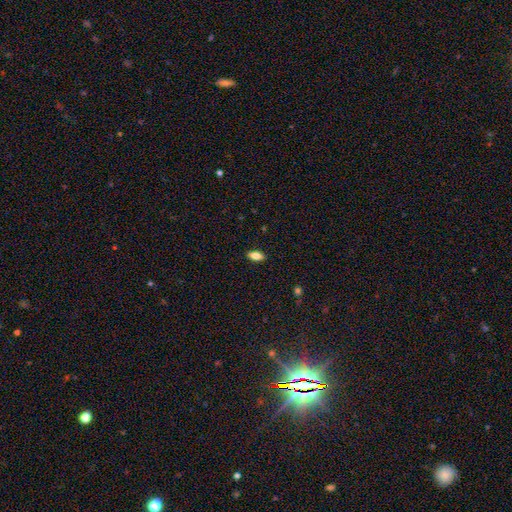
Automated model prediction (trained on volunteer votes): Smooth or featured?
  - smooth: 80% *
  - featured or disk: 12%
  - star or artifact: 8%
How rounded?
  - in between: 86% *
  - cigar-shaped: 11%
  - round: 3%
Merging?
  - none: 89% *
  - minor disturbance: 8%
  - major disturbance: 2%
  - merger: 1%